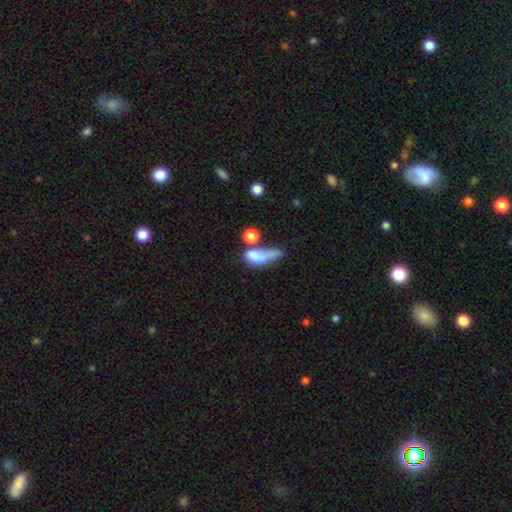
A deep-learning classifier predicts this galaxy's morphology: Smooth or featured? smooth (66%)
How rounded? in between (61%)
Merging? merger (36%)